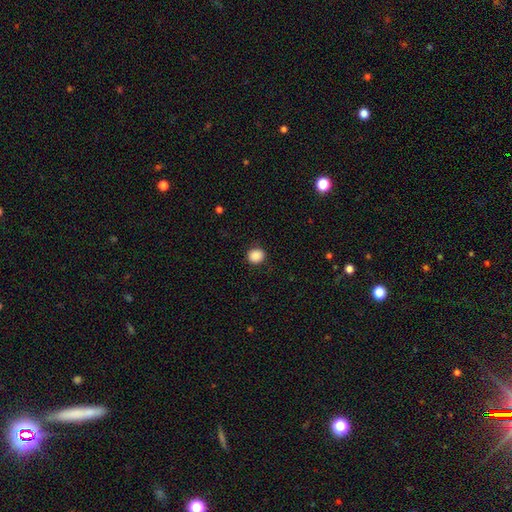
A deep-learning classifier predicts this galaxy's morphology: Smooth or featured? Predicted: smooth (p=0.88). How rounded? Predicted: round (p=0.84). Merging? Predicted: none (p=0.89).